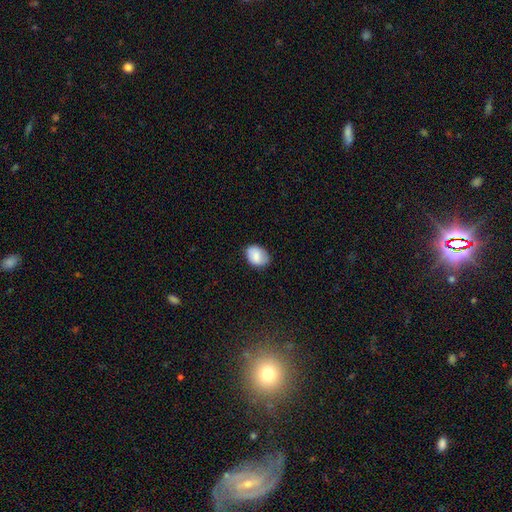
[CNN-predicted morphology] Smooth or featured?
  - smooth: 83% *
  - featured or disk: 10%
  - star or artifact: 7%
How rounded?
  - in between: 71% *
  - round: 28%
  - cigar-shaped: 1%
Merging?
  - none: 75% *
  - minor disturbance: 20%
  - major disturbance: 3%
  - merger: 1%